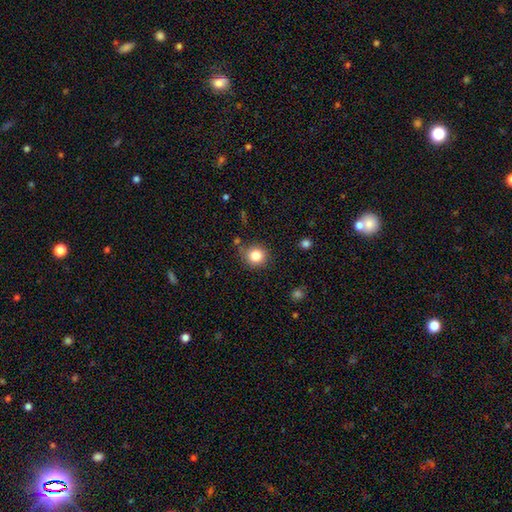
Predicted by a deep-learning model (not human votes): A smooth galaxy with no disk features (83%) that is round (89%). Merging: none (80%).